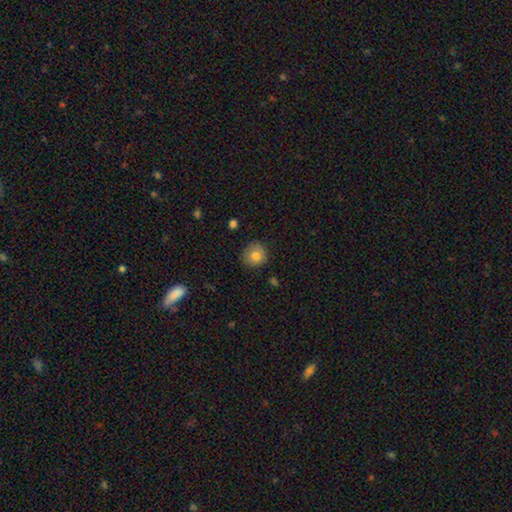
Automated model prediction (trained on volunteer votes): Morphology: type=smooth (81%); roundness=round (86%); merging=none (75%).